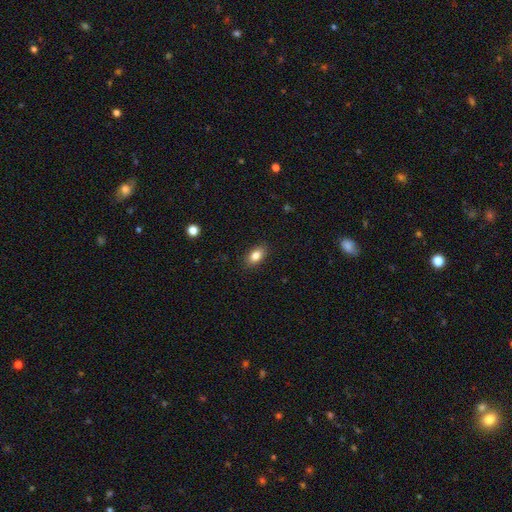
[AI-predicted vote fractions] smooth_or_featured: smooth (p=0.84) [alt: star or artifact p=0.09]
how_rounded: in between (p=0.87) [alt: round p=0.10]
merging: none (p=0.88) [alt: minor disturbance p=0.09]